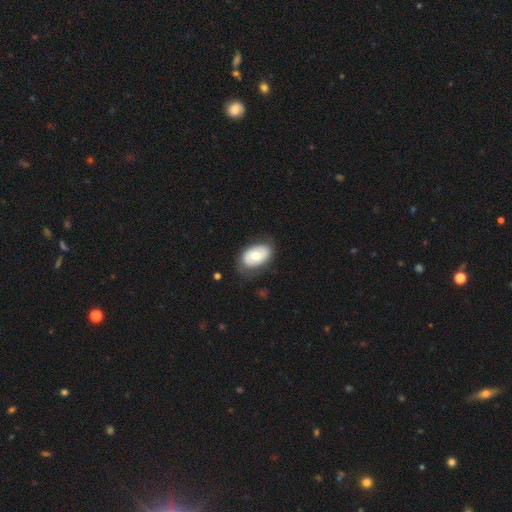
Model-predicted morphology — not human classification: This is likely a smooth galaxy (60%). How rounded: clearly in between (88%). Merging: likely none (74%).